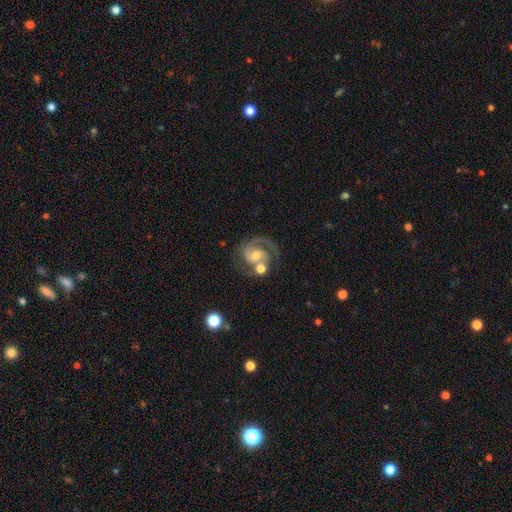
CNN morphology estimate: smooth-or-featured: featured or disk: 88% | smooth: 7% | star or artifact: 5%
  disk-edge-on: no: 98% | yes: 2%
    bar: no: 47% | weak: 41% | strong: 12%
    has-spiral-arms: yes: 97% | no: 3%
      spiral-winding: medium: 49% | tight: 42% | loose: 9%
      spiral-arm-count: 2: 79% | 1: 11% | can't tell: 4% | 3: 4% | 4: 1% | more than 4: 1%
    bulge-size: moderate: 55% | small: 37% | large: 4% | none: 3% | dominant: 1%
  merging: none: 57% | merger: 20% | minor disturbance: 14% | major disturbance: 9%